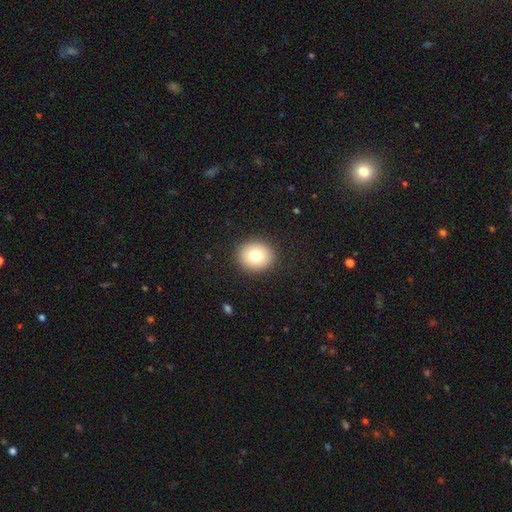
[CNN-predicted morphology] type=smooth (78%); roundness=round (78%); merging=none (91%).